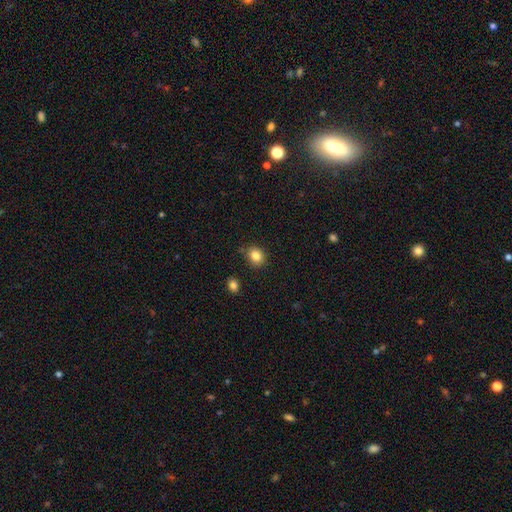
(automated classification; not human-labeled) Smooth or featured: smooth — 85% (star or artifact — 10%)
How rounded: round — 65% (in between — 34%)
Merging: none — 80% (minor disturbance — 13%)